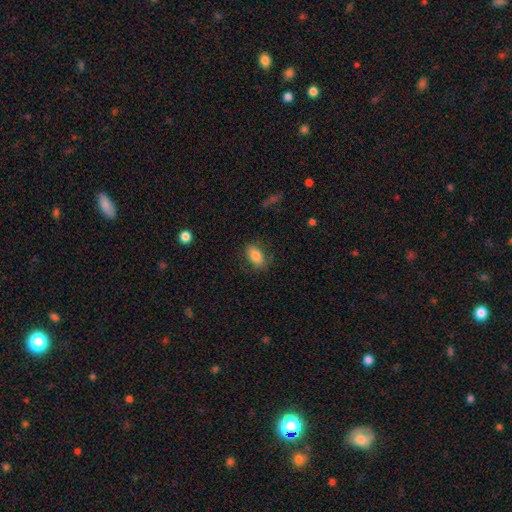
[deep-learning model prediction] Smooth or featured? Predicted: smooth (p=0.79). How rounded? Predicted: in between (p=0.90). Merging? Predicted: none (p=0.77).